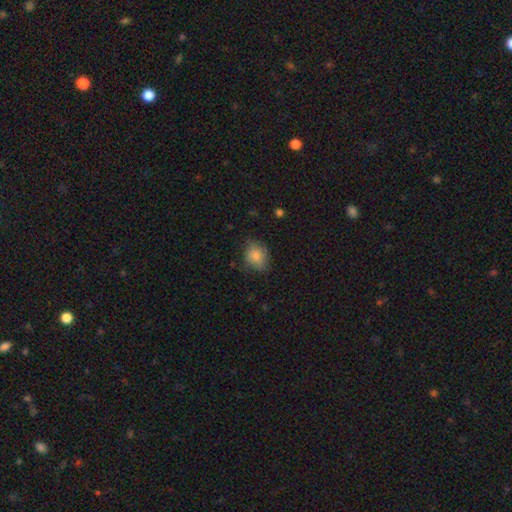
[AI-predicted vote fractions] Morphology: type=smooth (81%); roundness=in between (53%); merging=none (70%).